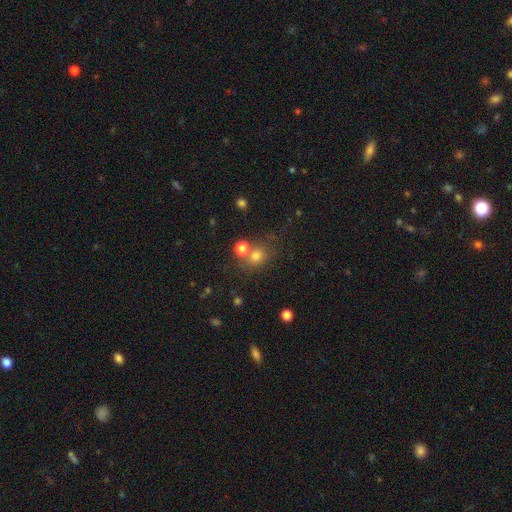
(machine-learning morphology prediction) Smooth or featured? Predicted: smooth (p=0.74). How rounded? Predicted: round (p=0.77). Merging? Predicted: none (p=0.60).